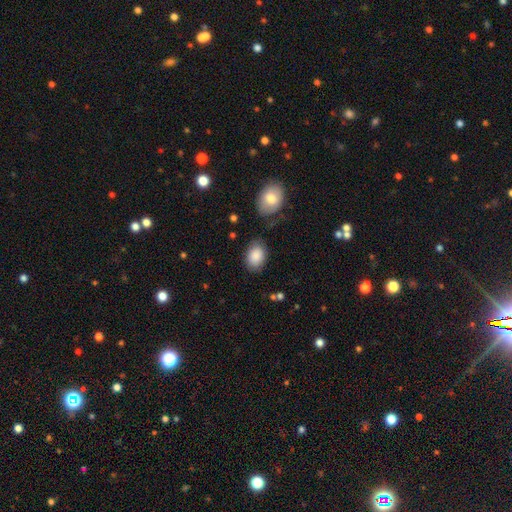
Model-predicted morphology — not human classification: Overall: smooth (88%). How rounded: in between (83%). Merging: none (74%).